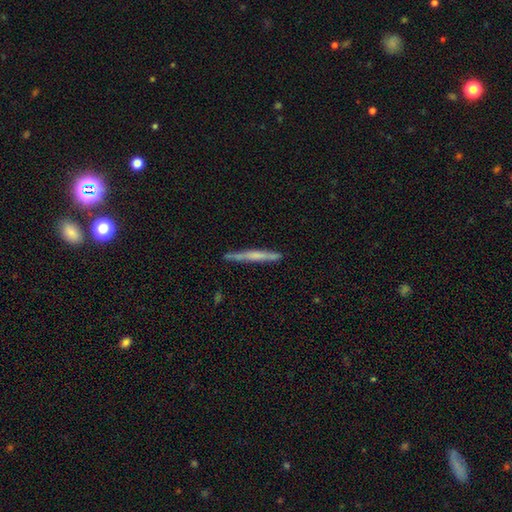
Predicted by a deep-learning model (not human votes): Q: Smooth or featured?
A: featured or disk (48%); runner-up: smooth (46%)
Q: Merging?
A: none (86%); runner-up: minor disturbance (10%)